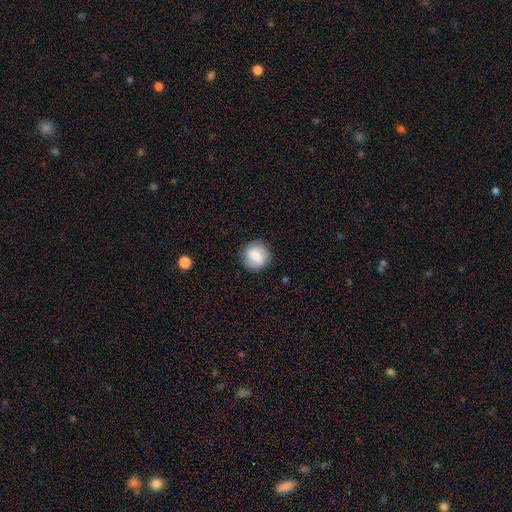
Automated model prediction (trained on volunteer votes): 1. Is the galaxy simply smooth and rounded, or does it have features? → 83% smooth, 9% featured or disk, 8% star or artifact.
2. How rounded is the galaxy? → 86% round, 13% in between, 1% cigar-shaped.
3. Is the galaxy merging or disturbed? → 85% none, 11% minor disturbance, 3% major disturbance, 1% merger.